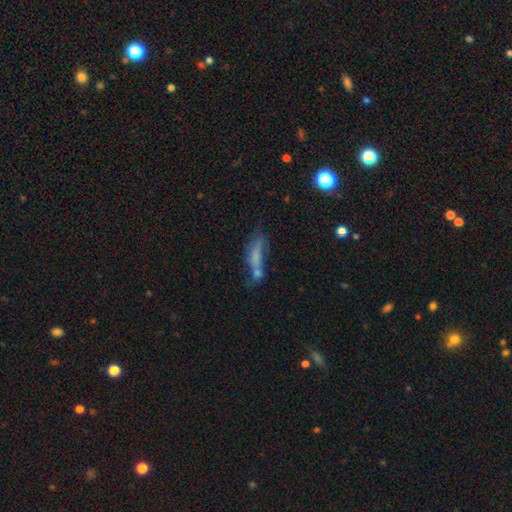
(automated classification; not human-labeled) smooth_or_featured: smooth (p=0.54) [alt: featured or disk p=0.32]
how_rounded: cigar-shaped (p=0.57) [alt: in between p=0.40]
merging: merger (p=0.35) [alt: none p=0.27]